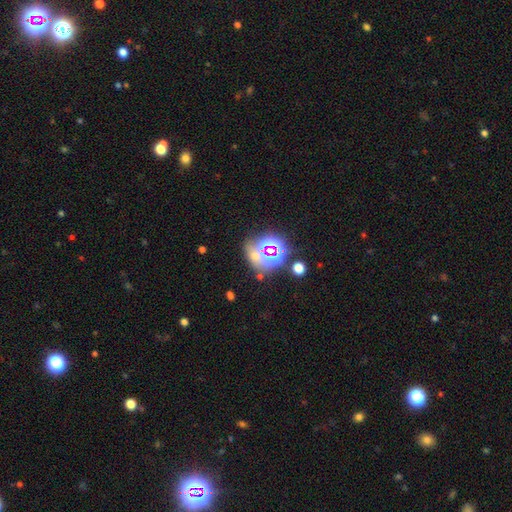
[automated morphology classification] This appears to be a star or artifact, not a galaxy (62%).